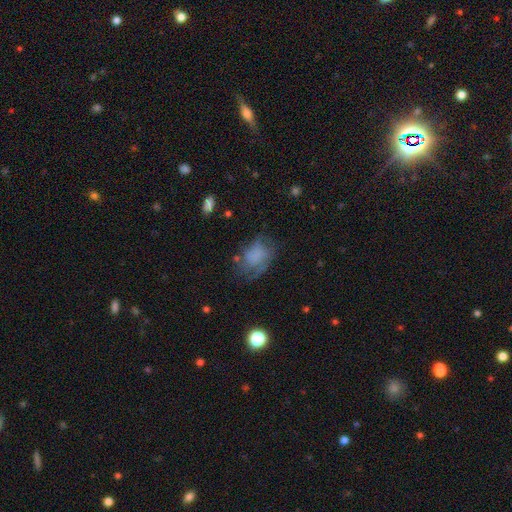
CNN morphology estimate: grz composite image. It shows a smooth galaxy with no disk features (49%). Merging: none (43%).